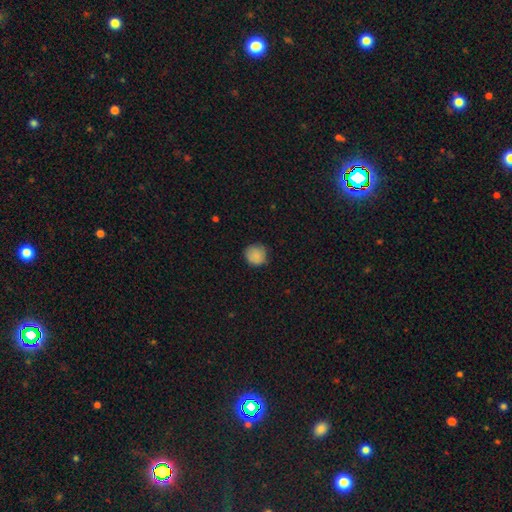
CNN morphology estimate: Smooth or featured?
  - smooth: 87% *
  - star or artifact: 8%
  - featured or disk: 5%
How rounded?
  - round: 88% *
  - in between: 11%
  - cigar-shaped: 1%
Merging?
  - none: 81% *
  - minor disturbance: 16%
  - major disturbance: 3%
  - merger: 1%